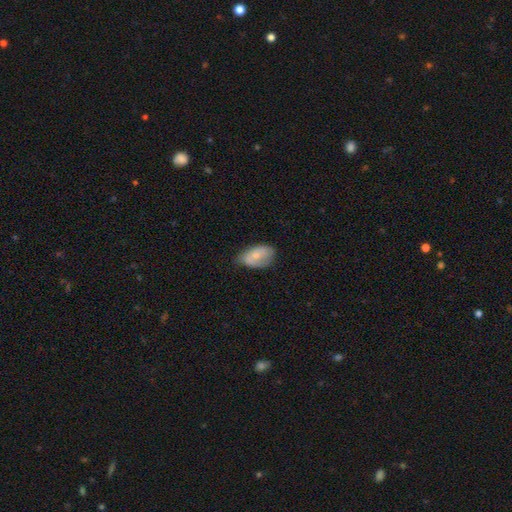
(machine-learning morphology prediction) A smooth galaxy with no disk features (64%) that is in between round and cigar-shaped (92%). Merging: none (48%).